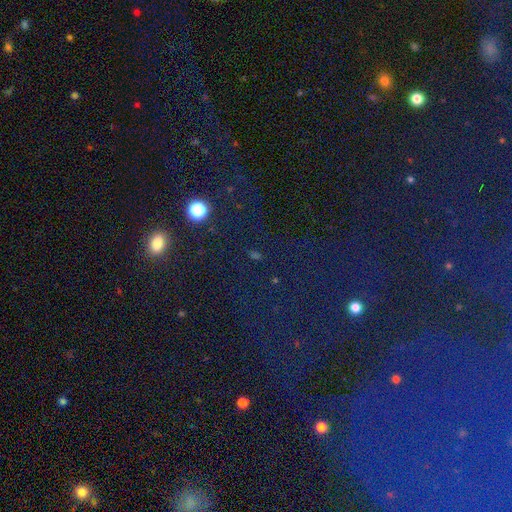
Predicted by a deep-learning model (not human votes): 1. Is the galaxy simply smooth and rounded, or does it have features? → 69% star or artifact, 22% smooth, 9% featured or disk.